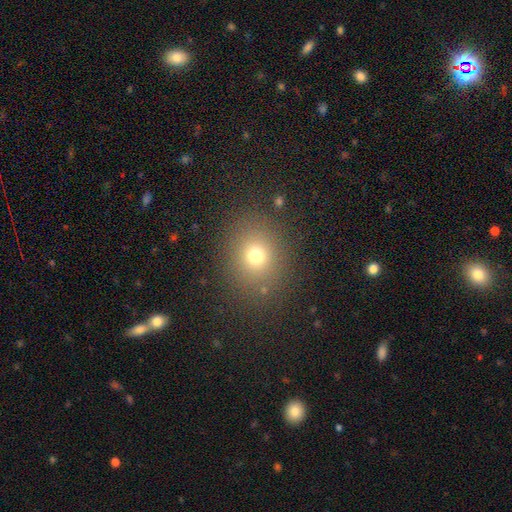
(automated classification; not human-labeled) Q: Smooth or featured?
A: smooth (72%); runner-up: star or artifact (19%)
Q: How rounded?
A: round (75%); runner-up: in between (24%)
Q: Merging?
A: none (85%); runner-up: minor disturbance (9%)